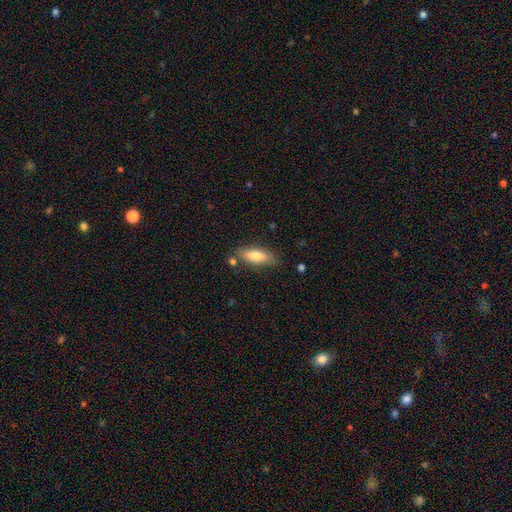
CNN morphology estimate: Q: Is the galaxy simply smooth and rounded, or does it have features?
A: smooth — 75%.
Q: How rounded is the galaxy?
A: in between — 61%.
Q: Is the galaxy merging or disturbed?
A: none — 79%.